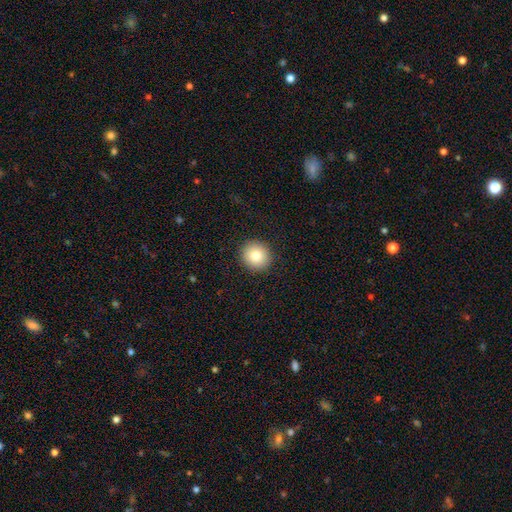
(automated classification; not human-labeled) A smooth galaxy with no disk features (82%) that is round (90%).

Vote fractions:
- Smooth or featured? smooth: 82% / star or artifact: 9% / featured or disk: 8%
- How rounded? round: 90% / in between: 9% / cigar-shaped: 1%
- Merging? none: 92% / minor disturbance: 5% / major disturbance: 2% / merger: 1%